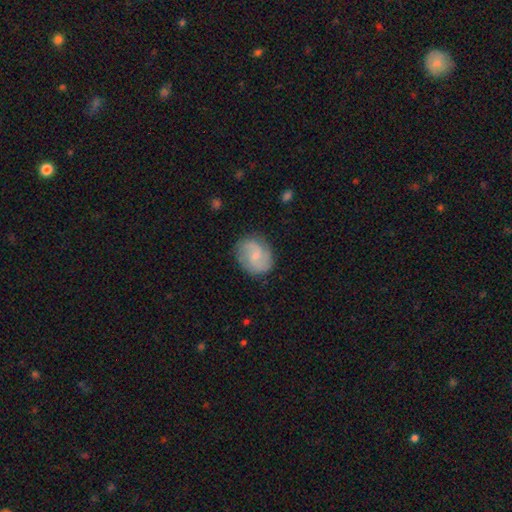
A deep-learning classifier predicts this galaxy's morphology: Smooth or featured?
  - featured or disk: 62% *
  - smooth: 32%
  - star or artifact: 7%
Edge-on disk?
  - no: 98% *
  - yes: 2%
Bar?
  - no: 51% *
  - weak: 44%
  - strong: 6%
Spiral arms?
  - yes: 92% *
  - no: 8%
Spiral winding?
  - medium: 48% *
  - loose: 27%
  - tight: 25%
Spiral arm count?
  - 2: 78% *
  - can't tell: 11%
  - 3: 5%
  - 1: 3%
  - 4: 2%
  - more than 4: 2%
Bulge size?
  - small: 57% *
  - moderate: 31%
  - none: 9%
  - large: 2%
  - dominant: 1%
Merging?
  - none: 80% *
  - minor disturbance: 15%
  - major disturbance: 4%
  - merger: 1%